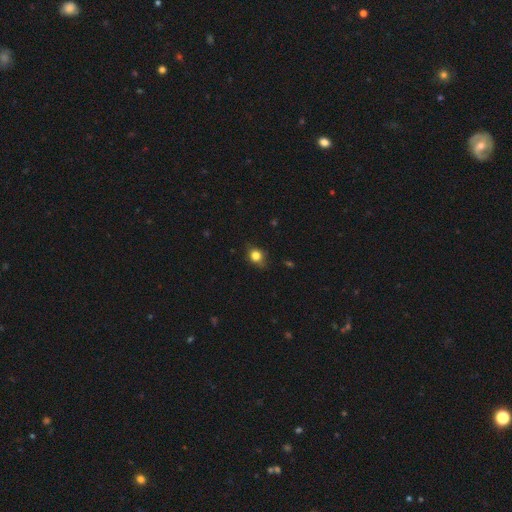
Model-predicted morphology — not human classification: Q: Smooth or featured?
A: smooth (78%); runner-up: star or artifact (11%)
Q: How rounded?
A: round (61%); runner-up: in between (37%)
Q: Merging?
A: none (73%); runner-up: minor disturbance (21%)